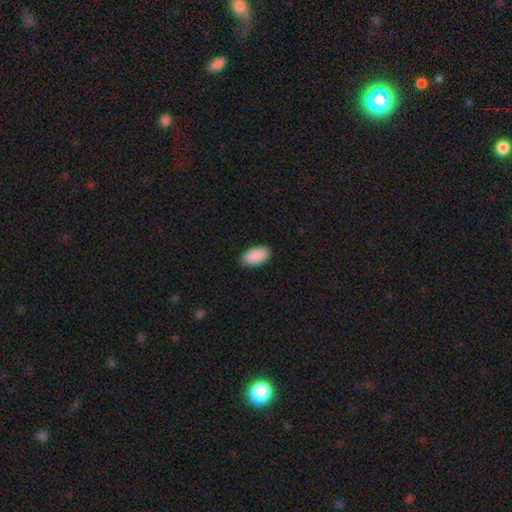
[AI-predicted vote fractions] smooth-or-featured: smooth: 91% | star or artifact: 6% | featured or disk: 3%
  how-rounded: in between: 96% | cigar-shaped: 2% | round: 2%
  merging: none: 89% | minor disturbance: 8% | major disturbance: 2% | merger: 1%